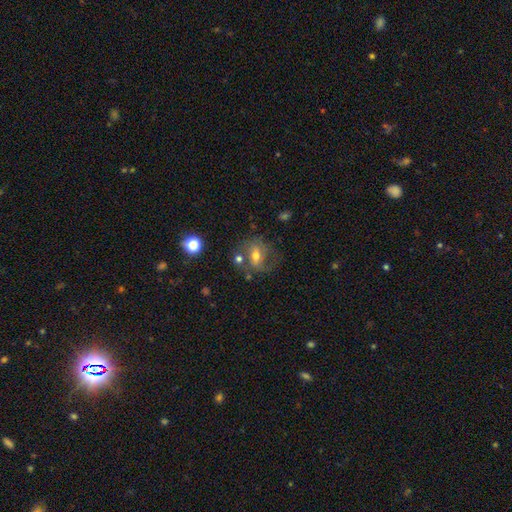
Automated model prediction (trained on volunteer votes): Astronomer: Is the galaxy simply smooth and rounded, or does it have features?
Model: featured or disk — 43%, tied with smooth at 43%.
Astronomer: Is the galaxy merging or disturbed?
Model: none — 55%.